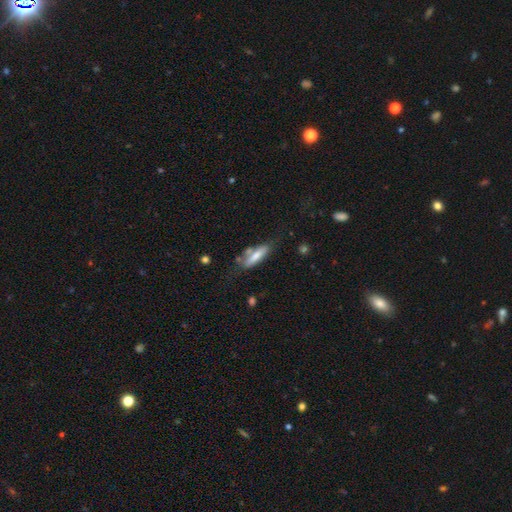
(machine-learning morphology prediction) A smooth galaxy with no disk features (68%) that is cigar-shaped (55%). Merging: none (54%).